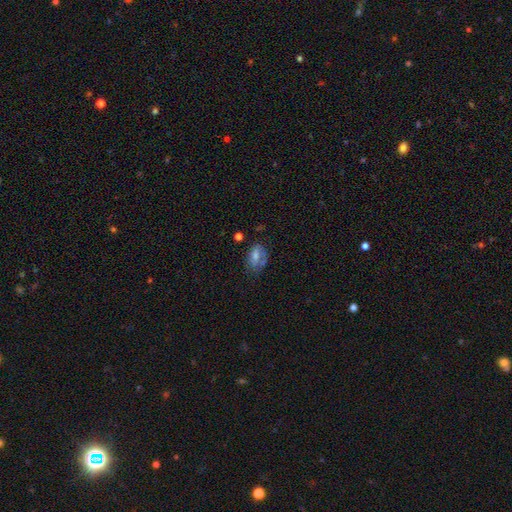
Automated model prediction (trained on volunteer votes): Smooth or featured? smooth (45%)
Merging? none (57%)